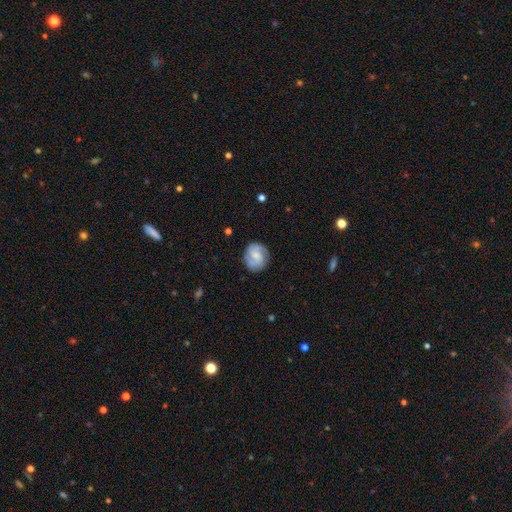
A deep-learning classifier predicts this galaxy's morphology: Smooth or featured: featured or disk — 62% (smooth — 31%)
Edge-on disk: no — 98% (yes — 2%)
Bar: no — 47% (weak — 44%)
Spiral arms: yes — 91% (no — 9%)
Spiral winding: tight — 45% (medium — 42%)
Spiral arm count: 2 — 61% (can't tell — 17%)
Bulge size: small — 43% (moderate — 38%)
Merging: none — 80% (minor disturbance — 15%)